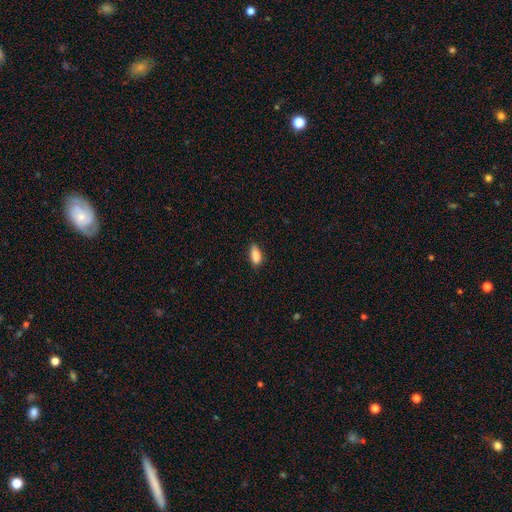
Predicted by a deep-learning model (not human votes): Smooth or featured? smooth (87%)
How rounded? in between (84%)
Merging? none (76%)